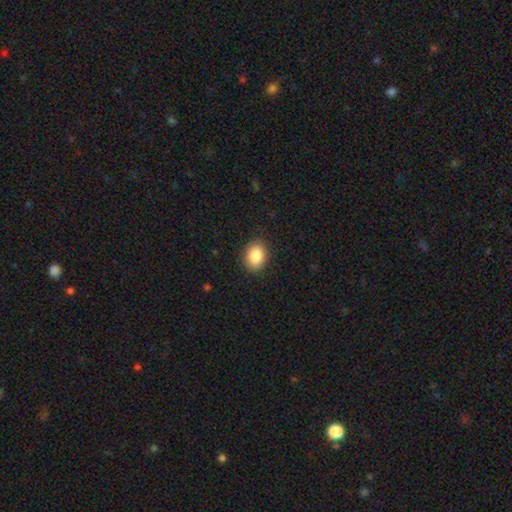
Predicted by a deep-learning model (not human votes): Smooth or featured? smooth (88%)
How rounded? in between (69%)
Merging? none (88%)